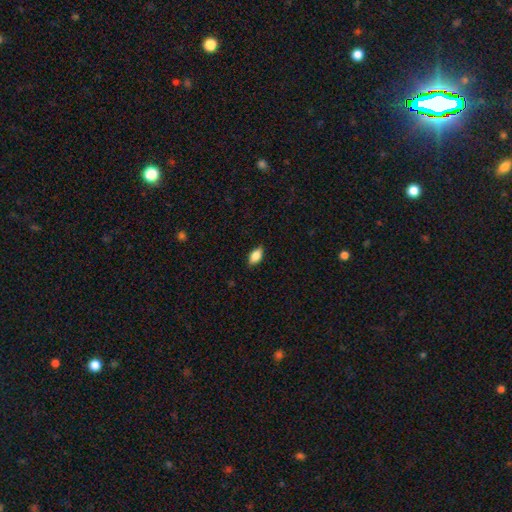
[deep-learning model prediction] This appears to be a smooth galaxy with no disk features (84%) that is in between round and cigar-shaped (90%). Merging: none (86%).